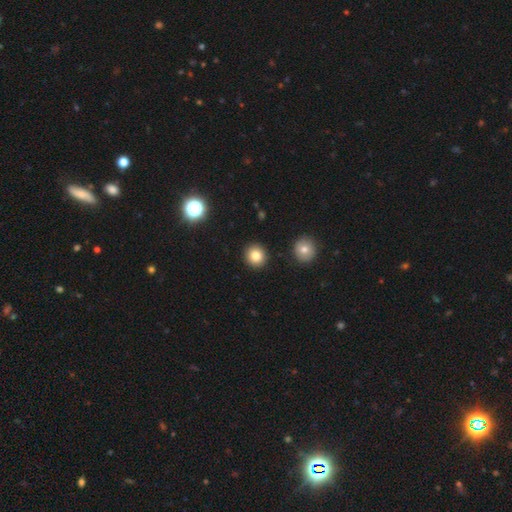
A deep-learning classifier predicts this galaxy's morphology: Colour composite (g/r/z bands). It shows a smooth galaxy with no disk features (82%) that is round (91%). Merging: none (91%).